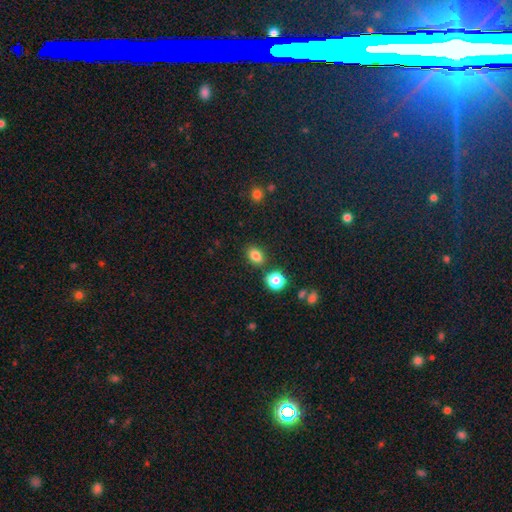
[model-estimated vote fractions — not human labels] This appears to be a smooth galaxy with no disk features (83%) that is in between round and cigar-shaped (70%). Merging: none (79%).